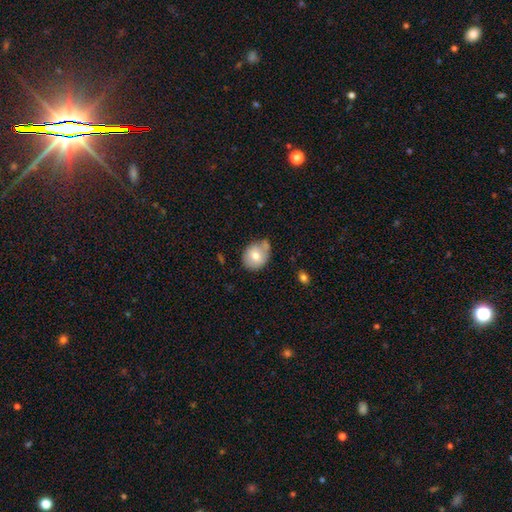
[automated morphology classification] This is likely a smooth galaxy (74%). How rounded: likely round (63%). Merging: possibly none (55%).